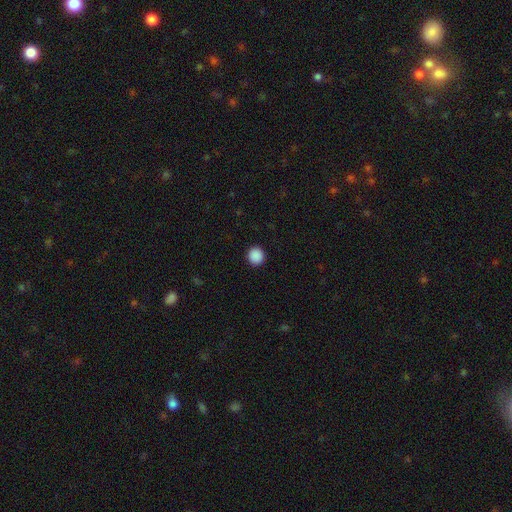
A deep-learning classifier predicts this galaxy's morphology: The model was most divided on "smooth or featured": smooth: 89%, star or artifact: 9%, featured or disk: 2%. More confident: how rounded — round (93%); merging — none (93%).